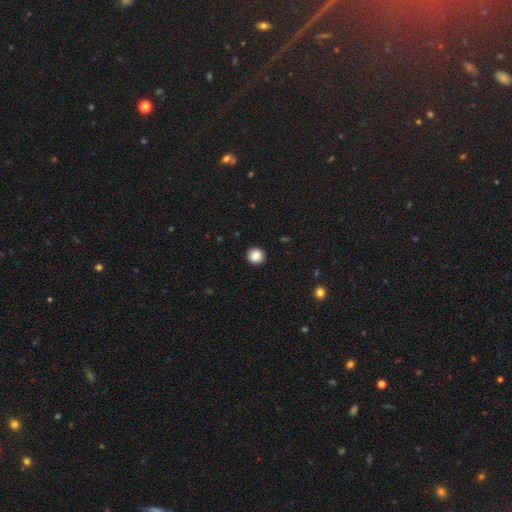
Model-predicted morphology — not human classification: Smooth or featured: smooth — 88% (star or artifact — 9%)
How rounded: round — 93% (in between — 6%)
Merging: none — 92% (minor disturbance — 5%)